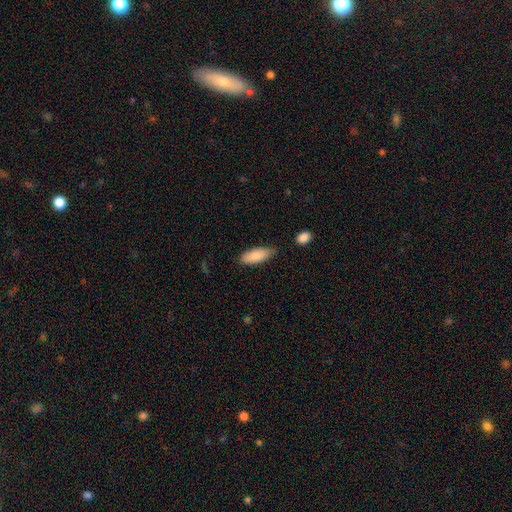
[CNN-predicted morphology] The model was most divided on "how rounded": in between: 71%, cigar-shaped: 27%, round: 2%. More confident: smooth or featured — smooth (87%); merging — none (68%).